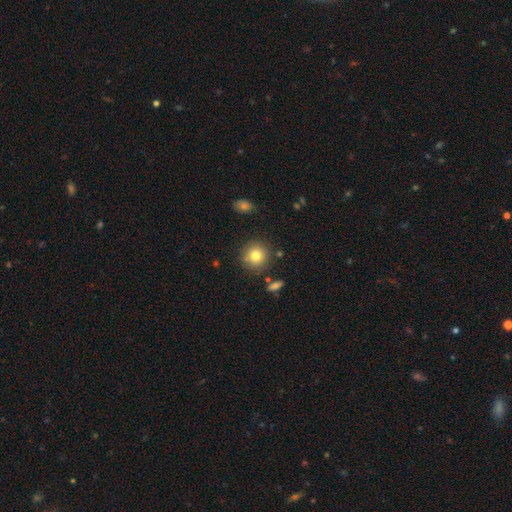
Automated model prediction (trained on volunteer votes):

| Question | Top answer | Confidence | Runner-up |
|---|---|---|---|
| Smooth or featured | smooth | 80% | star or artifact (11%) |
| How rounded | round | 92% | in between (7%) |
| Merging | none | 84% | minor disturbance (9%) |